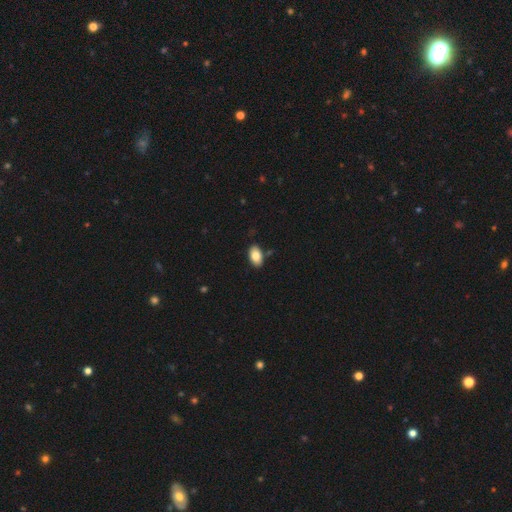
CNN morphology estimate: smooth-or-featured: smooth: 84% | featured or disk: 9% | star or artifact: 7%
  how-rounded: in between: 94% | round: 5% | cigar-shaped: 2%
  merging: none: 85% | minor disturbance: 11% | merger: 2% | major disturbance: 2%